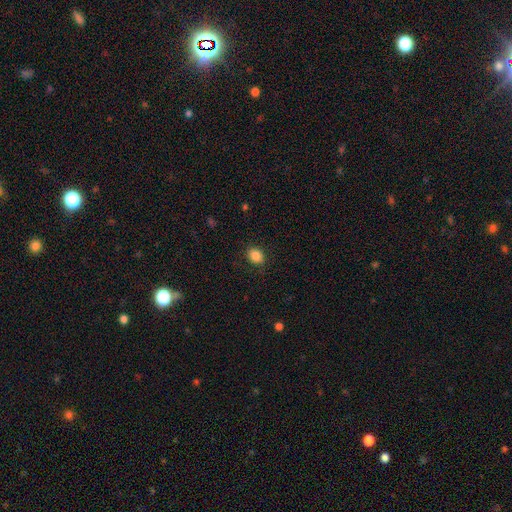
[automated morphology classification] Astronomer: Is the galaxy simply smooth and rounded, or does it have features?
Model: smooth — 86%.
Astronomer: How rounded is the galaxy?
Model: in between — 53% (runner-up: round, 46%).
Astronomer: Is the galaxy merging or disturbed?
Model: none — 87%.